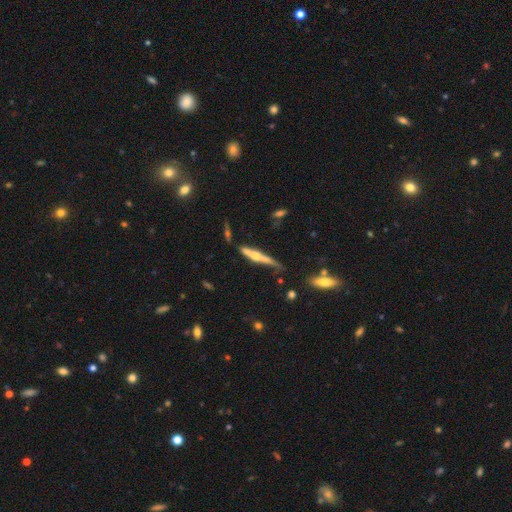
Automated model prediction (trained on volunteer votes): Smooth or featured: featured or disk — 58% (smooth — 35%)
Edge-on disk: yes — 92% (no — 8%)
Edge-on bulge: rounded — 76% (boxy — 13%)
Merging: none — 52% (minor disturbance — 29%)